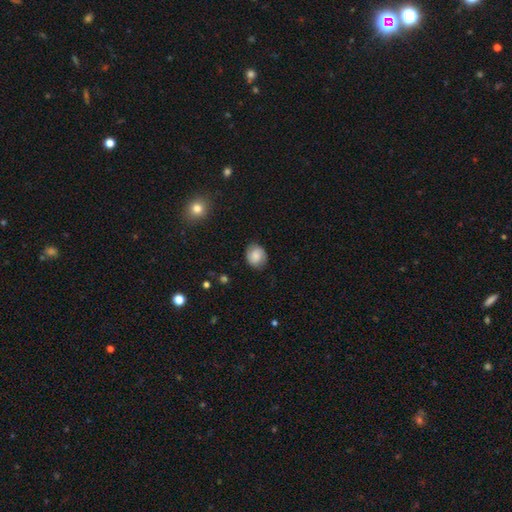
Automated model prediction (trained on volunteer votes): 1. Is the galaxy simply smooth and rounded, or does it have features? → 71% smooth, 20% featured or disk, 9% star or artifact.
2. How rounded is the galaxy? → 60% round, 39% in between, 1% cigar-shaped.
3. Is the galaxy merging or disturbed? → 82% none, 14% minor disturbance, 3% major disturbance, 1% merger.